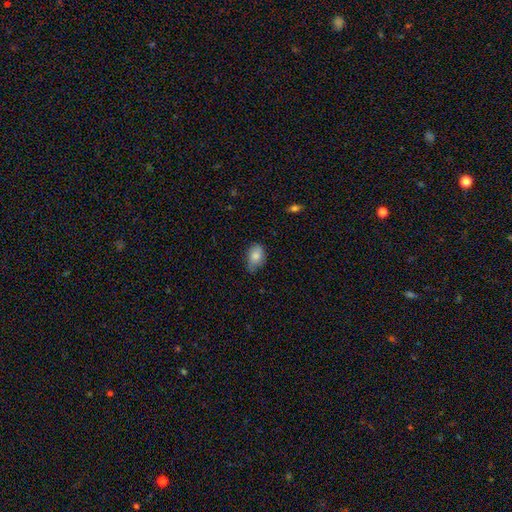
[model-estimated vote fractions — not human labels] Q: Smooth or featured?
A: smooth (82%); runner-up: featured or disk (10%)
Q: How rounded?
A: in between (82%); runner-up: round (16%)
Q: Merging?
A: none (53%); runner-up: minor disturbance (39%)